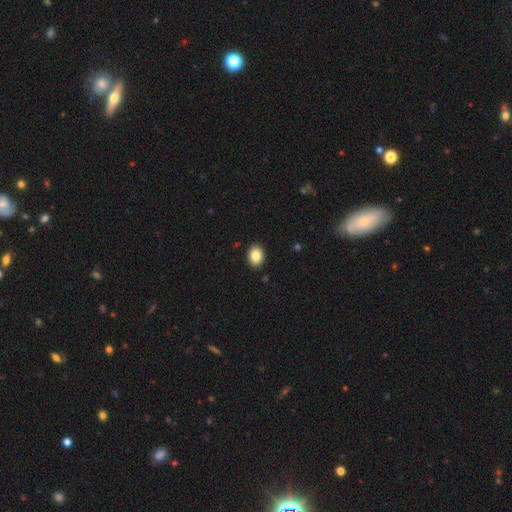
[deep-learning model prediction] Smooth or featured? smooth (85%)
How rounded? in between (59%)
Merging? none (91%)